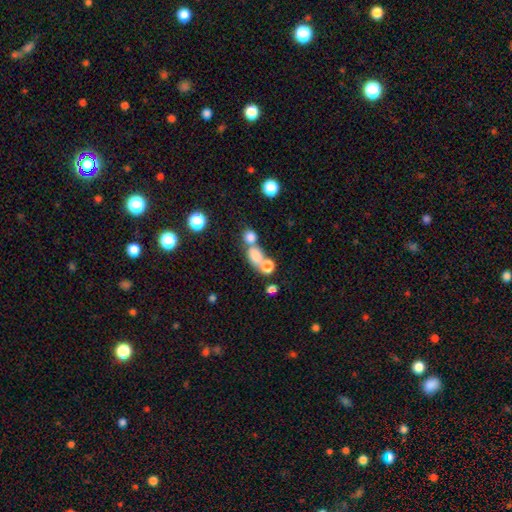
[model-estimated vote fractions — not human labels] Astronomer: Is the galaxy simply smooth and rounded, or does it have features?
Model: smooth — 74%.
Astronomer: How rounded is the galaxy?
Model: in between — 56% (runner-up: round, 40%).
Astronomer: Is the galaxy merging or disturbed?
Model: merger — 58%.